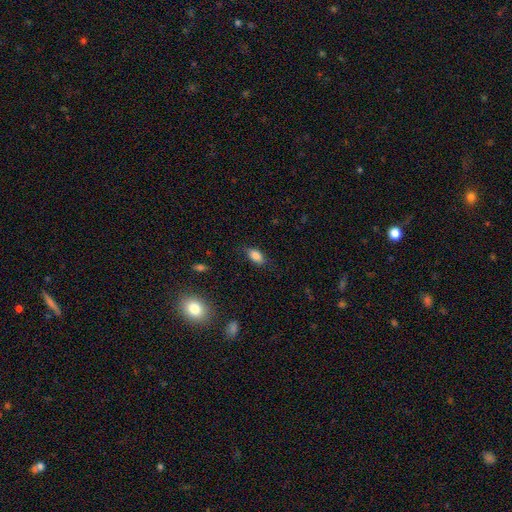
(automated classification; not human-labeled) smooth-or-featured: smooth: 85% | star or artifact: 9% | featured or disk: 7%
  how-rounded: in between: 88% | round: 6% | cigar-shaped: 6%
  merging: none: 78% | minor disturbance: 17% | major disturbance: 4% | merger: 1%